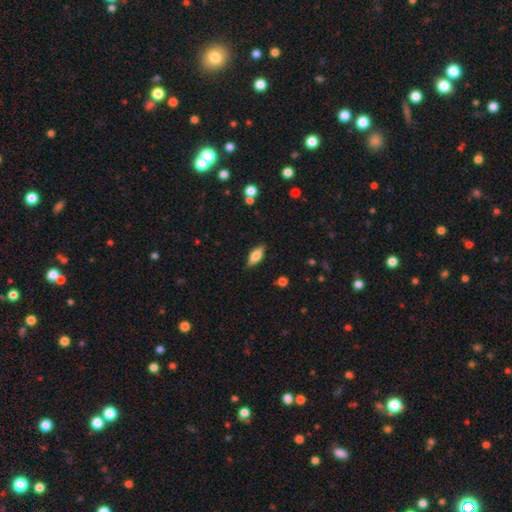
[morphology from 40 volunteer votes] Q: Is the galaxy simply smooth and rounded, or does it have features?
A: smooth — 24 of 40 (60%).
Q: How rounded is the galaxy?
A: in between — 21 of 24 (88%).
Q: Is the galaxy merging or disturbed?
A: none — 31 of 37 (84%).